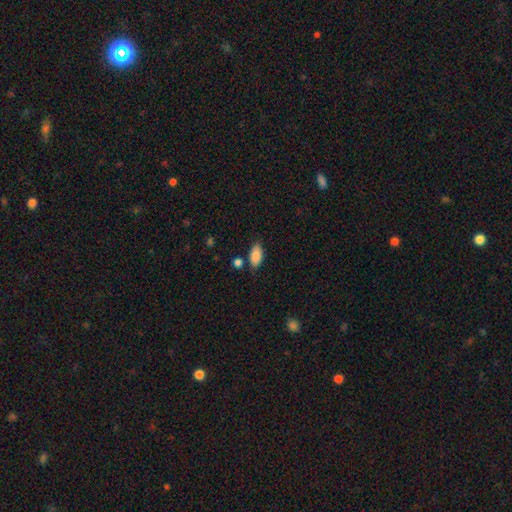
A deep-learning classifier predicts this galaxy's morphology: Smooth or featured? Predicted: smooth (p=0.87). How rounded? Predicted: in between (p=0.91). Merging? Predicted: none (p=0.76).